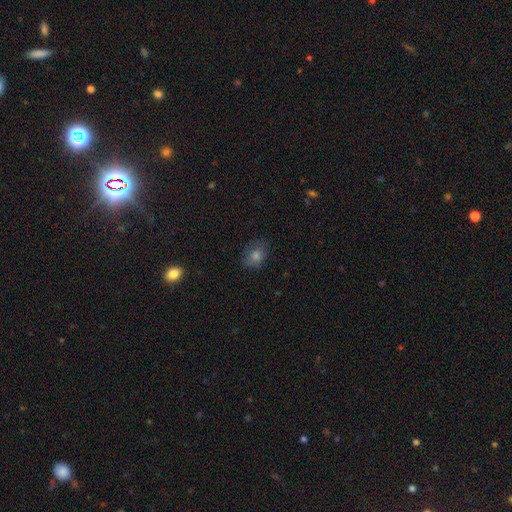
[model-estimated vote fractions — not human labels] Smooth or featured? Predicted: smooth (p=0.72). How rounded? Predicted: in between (p=0.50). Merging? Predicted: none (p=0.78).